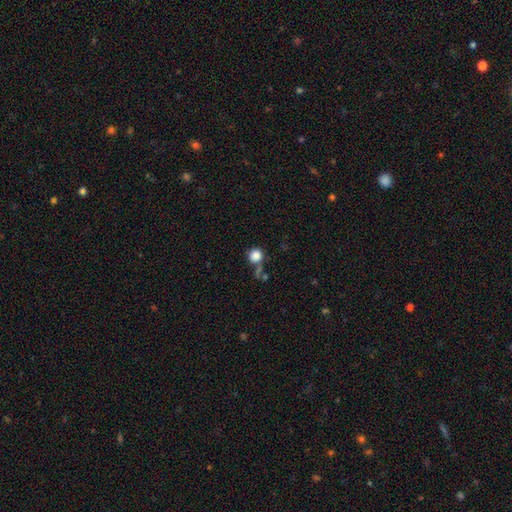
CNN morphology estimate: A smooth galaxy with no disk features (83%) that is round (91%).

Vote fractions:
- Smooth or featured? smooth: 83% / star or artifact: 11% / featured or disk: 6%
- How rounded? round: 91% / in between: 8% / cigar-shaped: 1%
- Merging? none: 57% / merger: 19% / minor disturbance: 15% / major disturbance: 10%